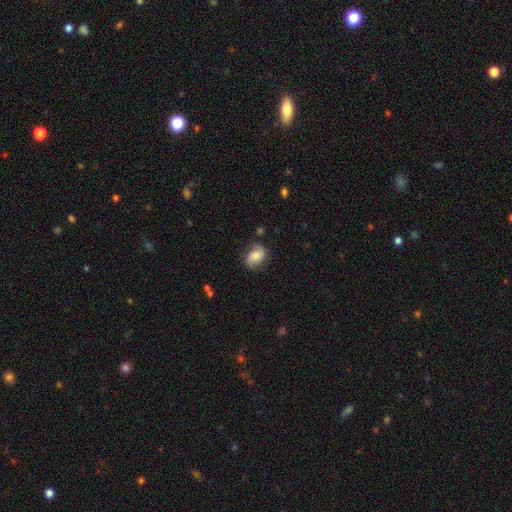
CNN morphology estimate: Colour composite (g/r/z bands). It shows a featured or disk galaxy (64%) with no bar (60%), 2 (90%) loose (47%) spiral arms (93%) and a moderate central bulge (53%). Merging: none (75%).